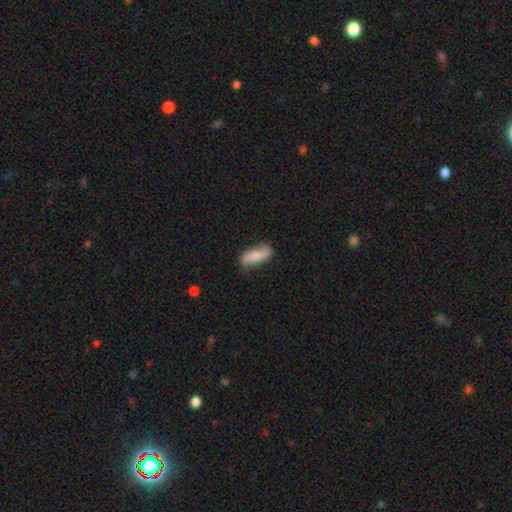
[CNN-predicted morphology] type=smooth (62%); roundness=in between (65%); merging=none (72%).